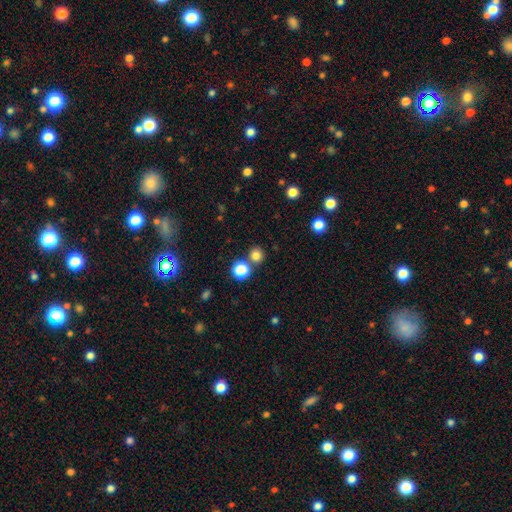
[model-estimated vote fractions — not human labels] Smooth or featured: smooth — 79% (star or artifact — 16%)
How rounded: round — 91% (in between — 8%)
Merging: none — 75% (merger — 15%)